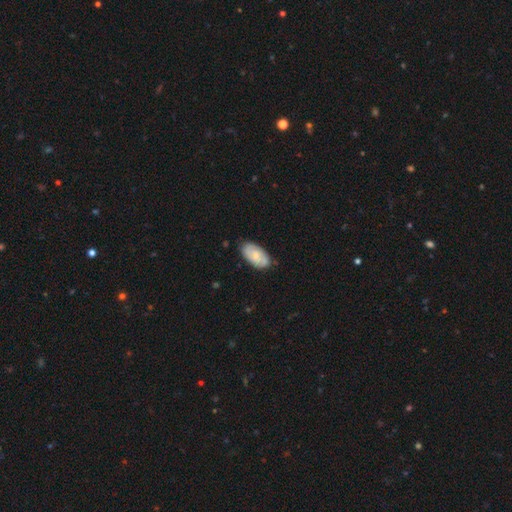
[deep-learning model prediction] This appears to be a smooth galaxy with no disk features (53%) that is in between round and cigar-shaped (94%). Merging: none (76%).